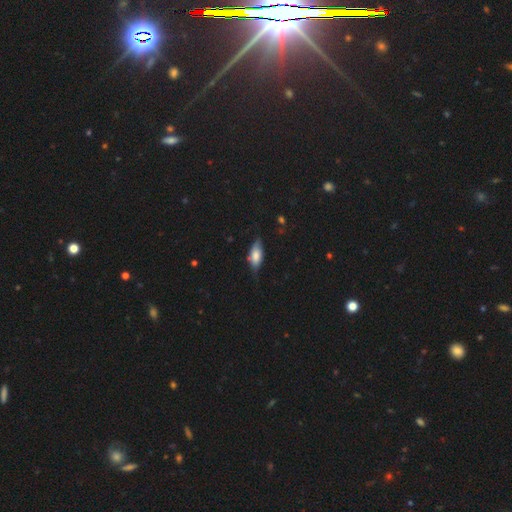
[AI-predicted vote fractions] This is likely a smooth galaxy (69%). How rounded: clearly in between (83%). Merging: likely none (60%).